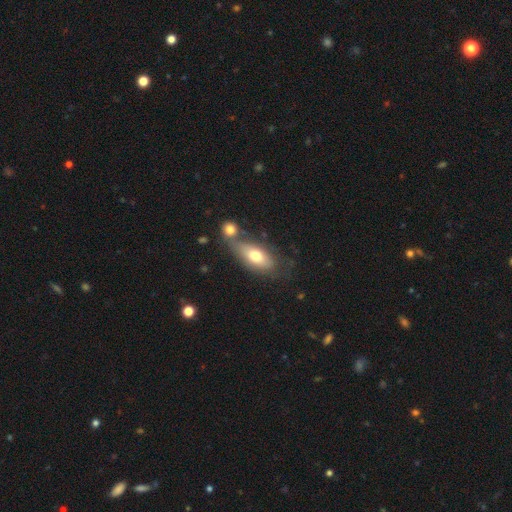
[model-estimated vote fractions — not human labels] smooth-or-featured: smooth: 68% | featured or disk: 25% | star or artifact: 7%
  how-rounded: in between: 82% | cigar-shaped: 12% | round: 5%
  merging: none: 38% | merger: 35% | minor disturbance: 17% | major disturbance: 9%